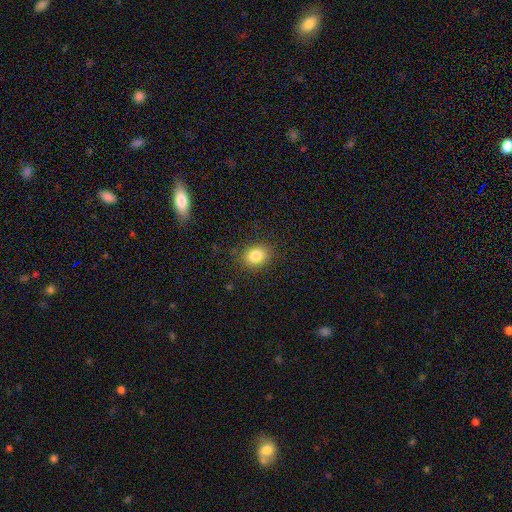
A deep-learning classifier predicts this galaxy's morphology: This appears to be a smooth galaxy with no disk features (84%) that is round (51%). Merging: none (85%).